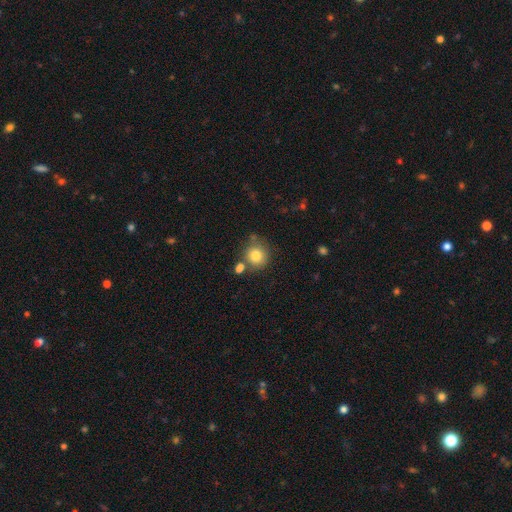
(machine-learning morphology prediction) Smooth or featured: smooth — 81% (star or artifact — 10%)
How rounded: round — 90% (in between — 9%)
Merging: none — 67% (merger — 17%)